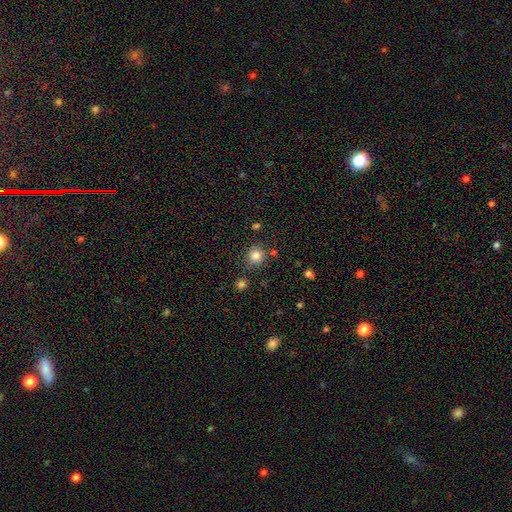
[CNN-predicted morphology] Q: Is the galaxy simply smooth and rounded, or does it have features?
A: smooth — 82%.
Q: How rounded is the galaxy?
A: round — 91%.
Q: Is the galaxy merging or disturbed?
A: none — 80%.